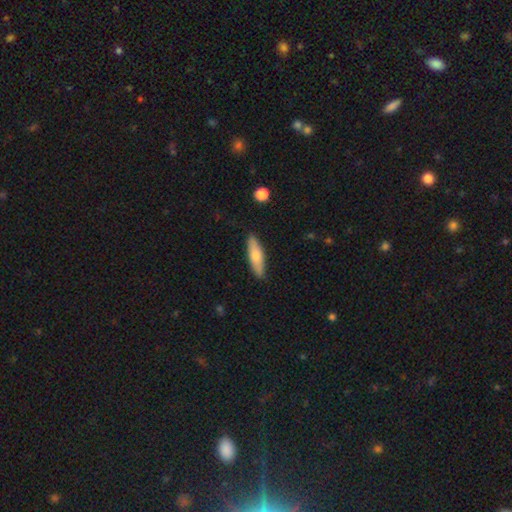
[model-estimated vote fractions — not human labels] Overall: smooth (68%). How rounded: cigar-shaped (60%; in between 38%). Merging: none (87%).